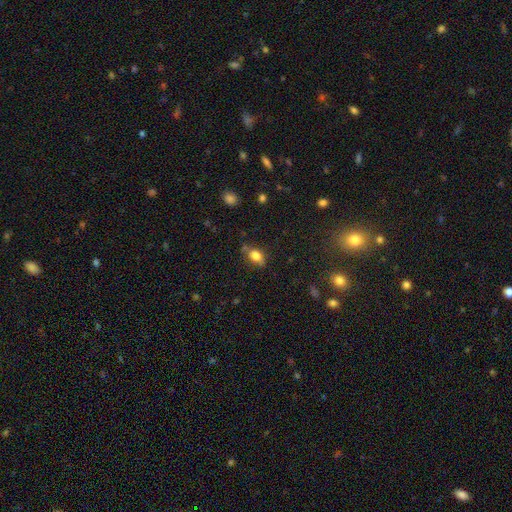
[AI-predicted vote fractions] smooth-or-featured: smooth: 79% | featured or disk: 11% | star or artifact: 10%
  how-rounded: in between: 78% | round: 19% | cigar-shaped: 3%
  merging: none: 66% | minor disturbance: 22% | merger: 7% | major disturbance: 5%